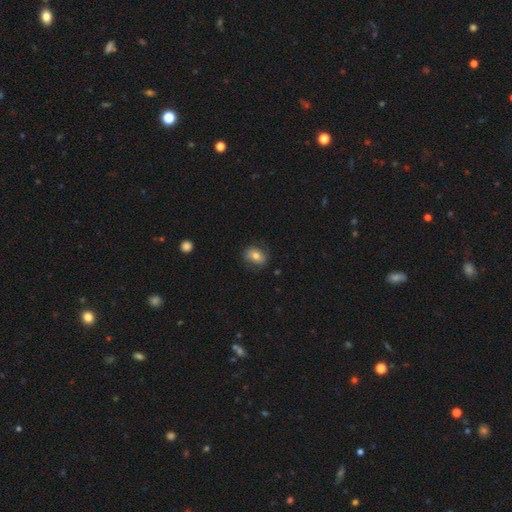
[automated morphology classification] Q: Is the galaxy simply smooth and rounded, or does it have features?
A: smooth — 64%.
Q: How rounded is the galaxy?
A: in between — 62%.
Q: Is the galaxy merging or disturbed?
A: none — 75%.